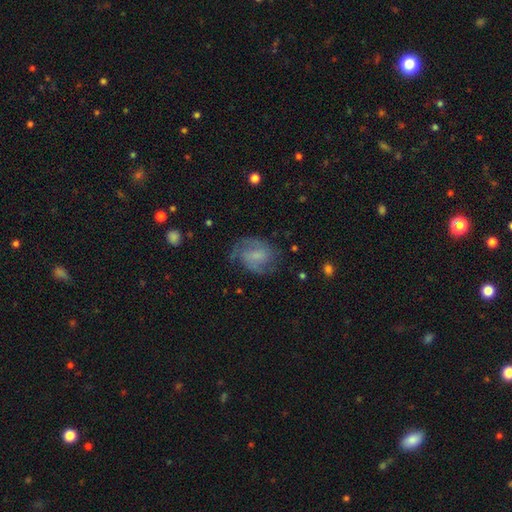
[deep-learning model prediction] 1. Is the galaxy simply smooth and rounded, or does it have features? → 68% featured or disk, 24% smooth, 8% star or artifact.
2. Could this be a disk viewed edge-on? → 97% no, 3% yes.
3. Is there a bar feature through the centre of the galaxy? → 50% weak, 37% no, 13% strong.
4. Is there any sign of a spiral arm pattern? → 91% yes, 9% no.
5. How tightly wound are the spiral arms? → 49% medium, 32% tight, 19% loose.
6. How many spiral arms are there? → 69% 2, 14% can't tell, 7% 3, 5% 1, 2% 4, 2% more than 4.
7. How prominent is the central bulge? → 36% none, 35% small, 21% moderate, 6% large, 2% dominant.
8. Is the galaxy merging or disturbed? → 64% none, 21% minor disturbance, 13% major disturbance, 2% merger.